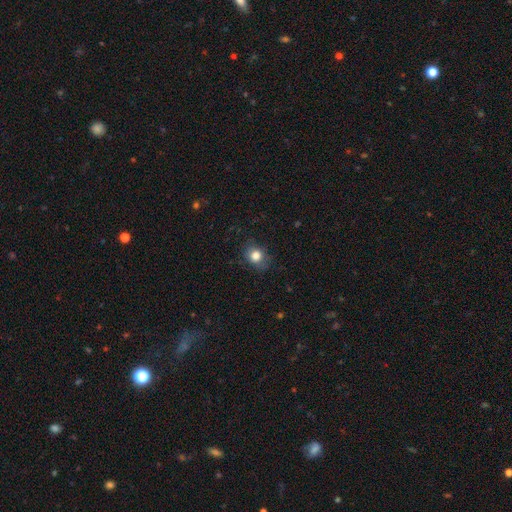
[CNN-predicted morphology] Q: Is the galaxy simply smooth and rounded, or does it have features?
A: smooth — 82%.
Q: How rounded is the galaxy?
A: round — 65%.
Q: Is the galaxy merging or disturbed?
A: none — 77%.